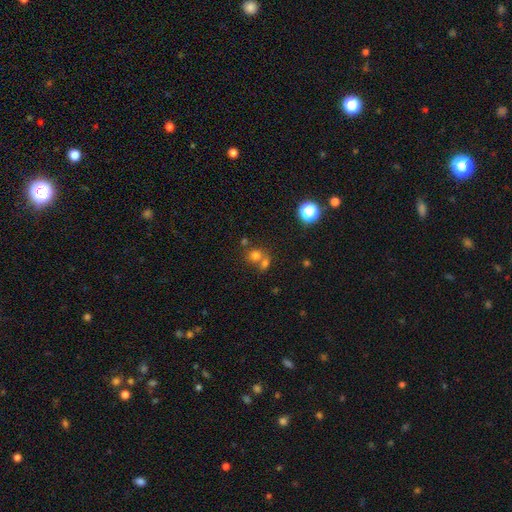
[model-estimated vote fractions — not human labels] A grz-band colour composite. It shows a smooth galaxy with no disk features (71%) that is round (80%). Merging: merger (47%).